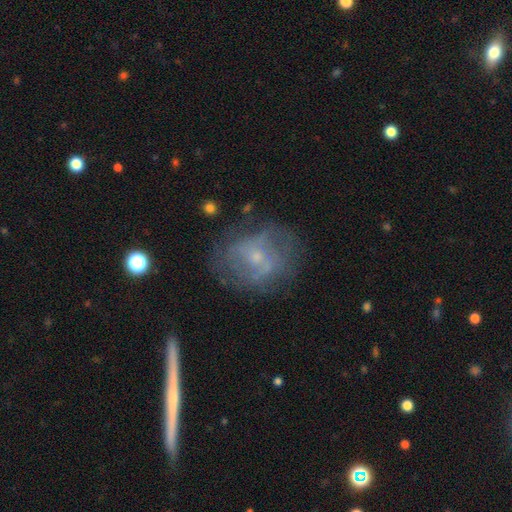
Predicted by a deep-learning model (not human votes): Smooth or featured? Predicted: featured or disk (p=0.62). Edge-on disk? Predicted: no (p=0.96). Bar? Predicted: no (p=0.72). Spiral arms? Predicted: yes (p=0.53). Bulge size? Predicted: small (p=0.72). Merging? Predicted: none (p=0.60).